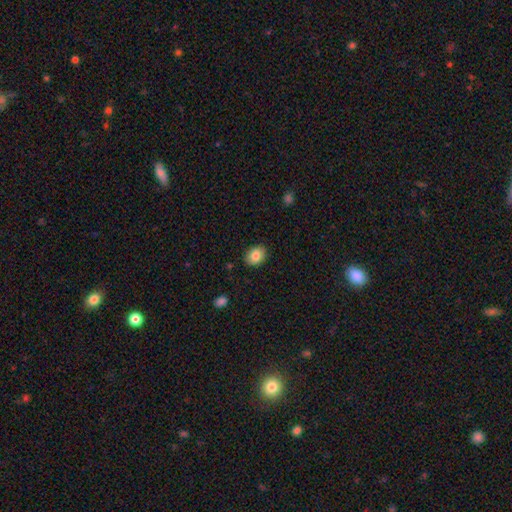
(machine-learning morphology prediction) Q: Smooth or featured?
A: smooth (85%); runner-up: star or artifact (8%)
Q: How rounded?
A: in between (63%); runner-up: round (36%)
Q: Merging?
A: none (88%); runner-up: minor disturbance (9%)